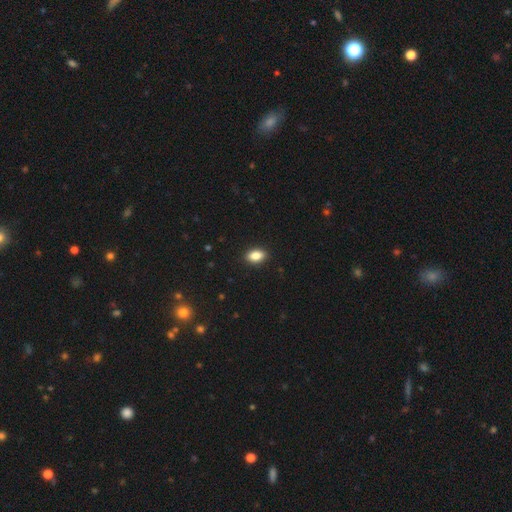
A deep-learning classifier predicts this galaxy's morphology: smooth 86%, star or artifact 8%, featured or disk 6%. Down the decision tree: how rounded — in between (88%); merging — none (90%).